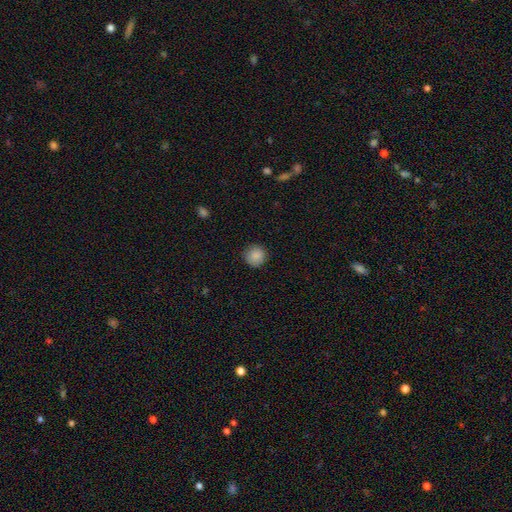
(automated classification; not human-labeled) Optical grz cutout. It shows a smooth galaxy with no disk features (87%) that is round (94%). Merging: none (89%).